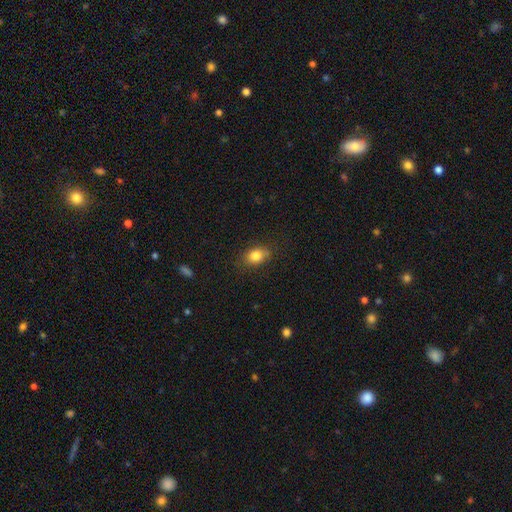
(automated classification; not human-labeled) Morphology: type=smooth (83%); roundness=in between (71%); merging=none (81%).